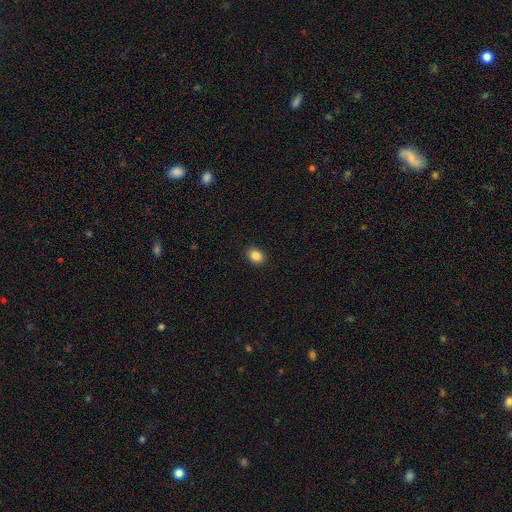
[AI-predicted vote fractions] smooth_or_featured: smooth (p=0.85) [alt: star or artifact p=0.10]
how_rounded: in between (p=0.53) [alt: round p=0.47]
merging: none (p=0.91) [alt: minor disturbance p=0.06]